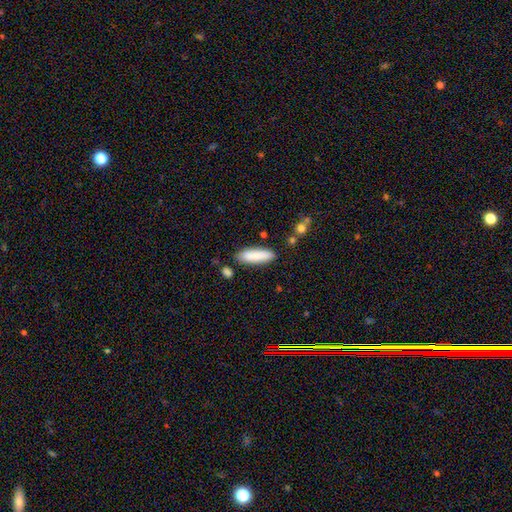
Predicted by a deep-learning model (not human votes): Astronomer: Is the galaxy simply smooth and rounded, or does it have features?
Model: smooth — 86%.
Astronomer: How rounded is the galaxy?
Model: cigar-shaped — 57% (runner-up: in between, 42%).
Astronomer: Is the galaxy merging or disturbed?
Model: none — 84%.